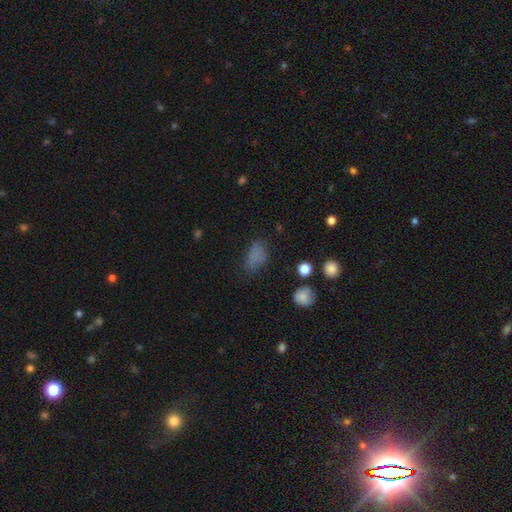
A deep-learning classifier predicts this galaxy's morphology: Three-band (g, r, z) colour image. It shows a smooth galaxy with no disk features (76%) that is in between round and cigar-shaped (84%). Merging: none (61%).